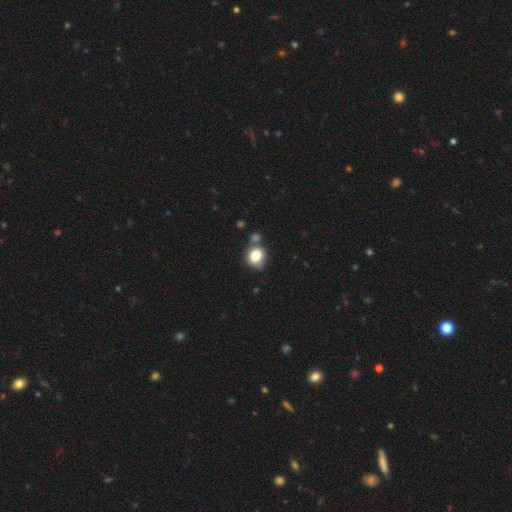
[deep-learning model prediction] Smooth or featured? Predicted: smooth (p=0.79). How rounded? Predicted: round (p=0.62). Merging? Predicted: none (p=0.53).